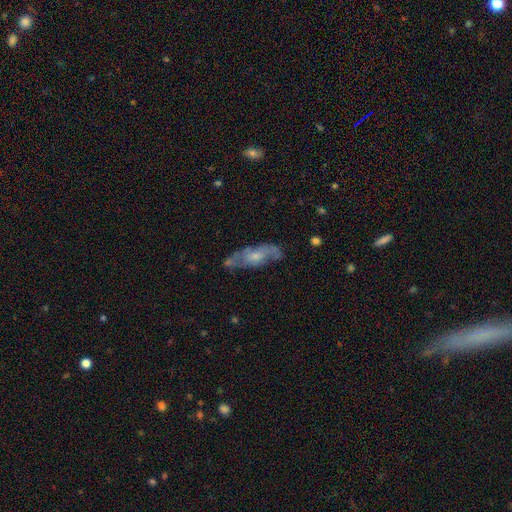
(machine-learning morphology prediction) featured or disk 61%, smooth 32%, star or artifact 7%. Down the decision tree: edge-on disk — no (79%); merging — none (57%).